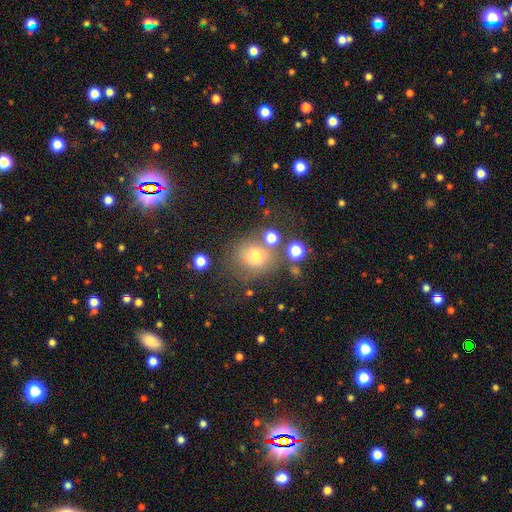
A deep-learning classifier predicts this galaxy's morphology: Q: Smooth or featured?
A: smooth (67%); runner-up: star or artifact (18%)
Q: How rounded?
A: round (80%); runner-up: in between (19%)
Q: Merging?
A: none (63%); runner-up: minor disturbance (16%)